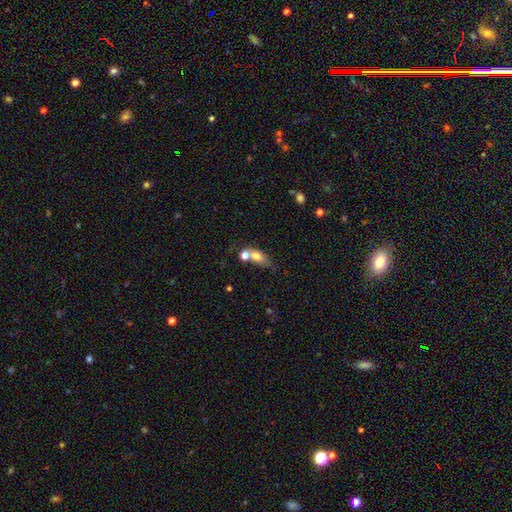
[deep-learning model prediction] This appears to be a smooth galaxy with no disk features (71%) that is in between round and cigar-shaped (73%). Merging: merger (42%).